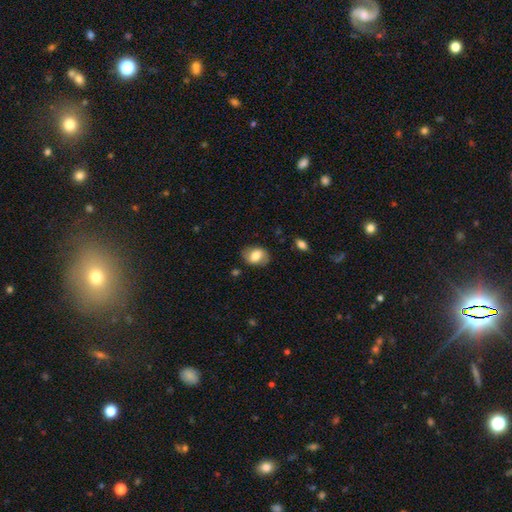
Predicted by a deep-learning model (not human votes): This is likely a smooth galaxy (70%). How rounded: likely in between (69%). Merging: likely none (77%).